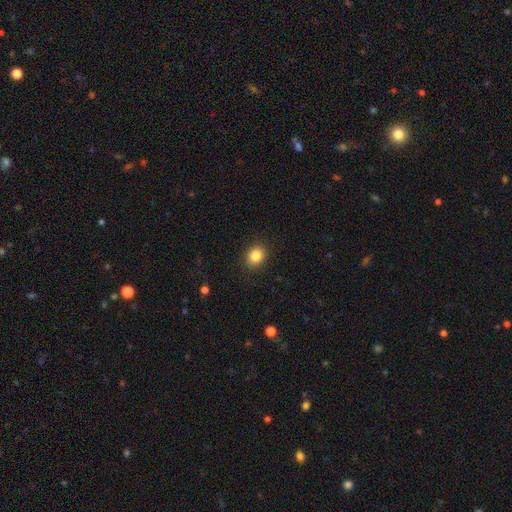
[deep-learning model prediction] Q: Smooth or featured?
A: smooth (85%); runner-up: star or artifact (10%)
Q: How rounded?
A: round (67%); runner-up: in between (32%)
Q: Merging?
A: none (89%); runner-up: minor disturbance (8%)